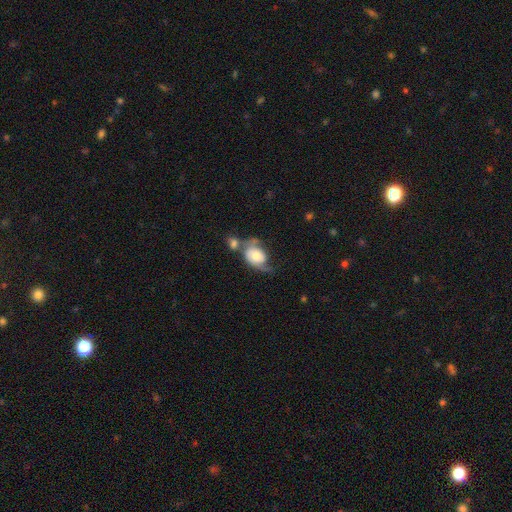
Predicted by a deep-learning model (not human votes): This appears to be a featured or disk galaxy (50%). Merging: merger (37%).